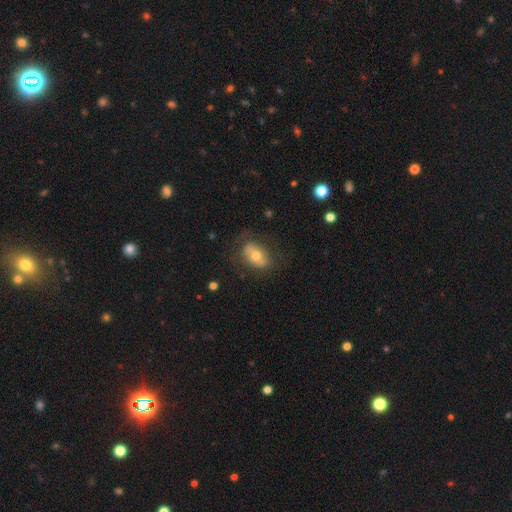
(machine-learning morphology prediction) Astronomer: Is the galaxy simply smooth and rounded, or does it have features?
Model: smooth — 52% (runner-up: featured or disk, 40%).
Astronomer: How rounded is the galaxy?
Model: in between — 77%.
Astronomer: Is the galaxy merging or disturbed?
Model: none — 67%.